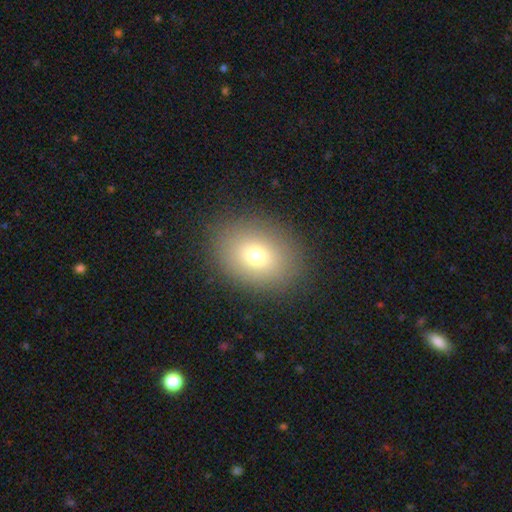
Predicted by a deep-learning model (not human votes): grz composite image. It shows a smooth galaxy with no disk features (73%) that is in between round and cigar-shaped (55%). Merging: none (87%).